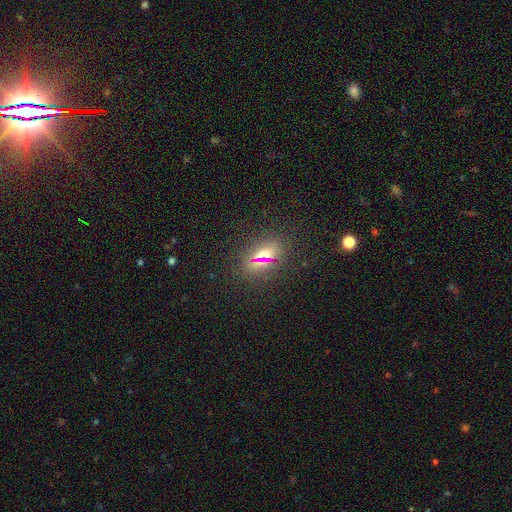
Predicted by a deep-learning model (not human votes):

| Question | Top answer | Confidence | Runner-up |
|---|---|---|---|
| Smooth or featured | smooth | 52% | star or artifact (26%) |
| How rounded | in between | 69% | round (19%) |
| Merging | none | 69% | merger (13%) |